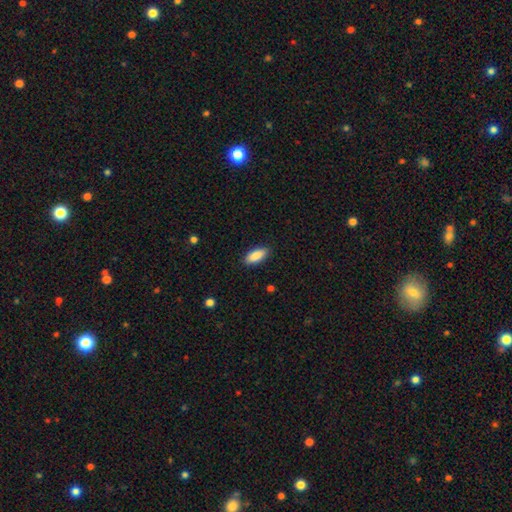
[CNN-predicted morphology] smooth_or_featured: smooth (p=0.89) [alt: star or artifact p=0.06]
how_rounded: in between (p=0.82) [alt: cigar-shaped p=0.16]
merging: none (p=0.88) [alt: minor disturbance p=0.09]